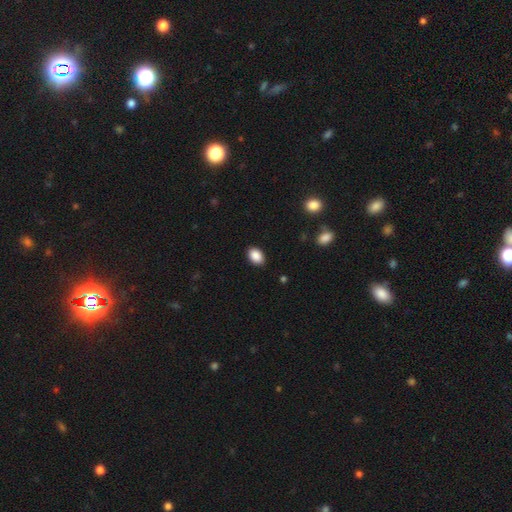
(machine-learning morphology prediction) Overall: smooth (89%). How rounded: in between (83%). Merging: none (88%).